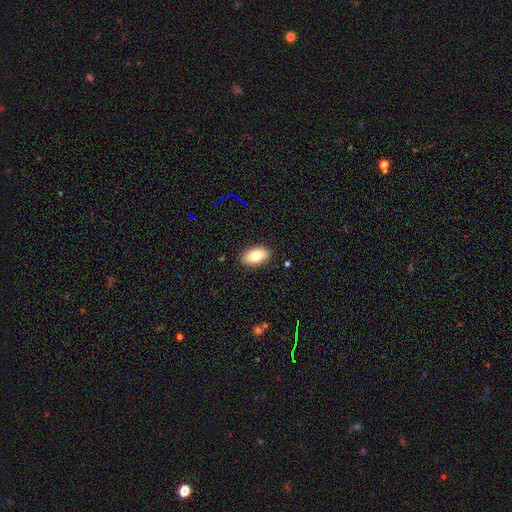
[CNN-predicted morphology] Smooth or featured?
  - smooth: 78% *
  - featured or disk: 14%
  - star or artifact: 8%
How rounded?
  - in between: 93% *
  - round: 4%
  - cigar-shaped: 3%
Merging?
  - none: 88% *
  - minor disturbance: 9%
  - major disturbance: 2%
  - merger: 1%